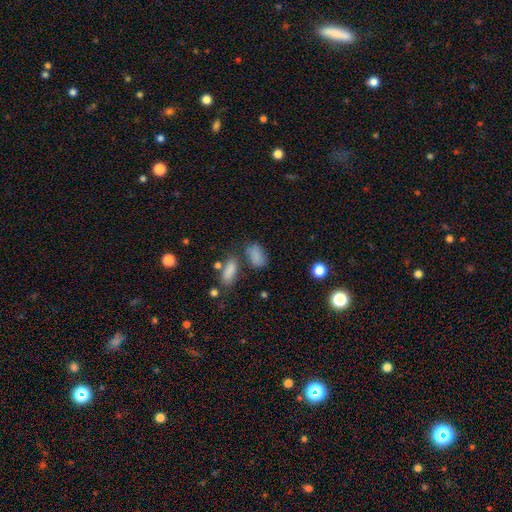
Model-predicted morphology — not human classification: smooth_or_featured: smooth (p=0.82) [alt: star or artifact p=0.10]
how_rounded: in between (p=0.89) [alt: round p=0.07]
merging: none (p=0.57) [alt: minor disturbance p=0.18]